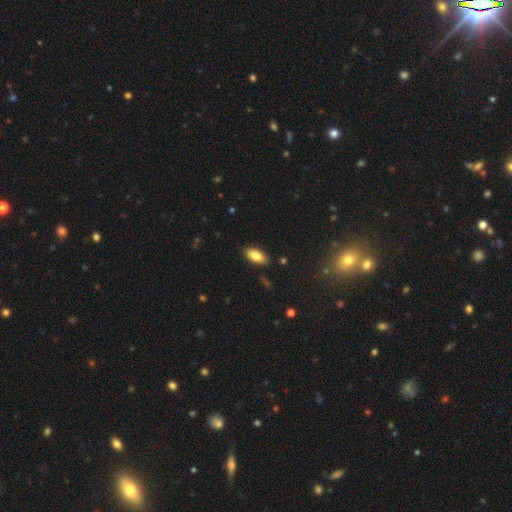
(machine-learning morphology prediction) A smooth galaxy with no disk features (81%) that is in between round and cigar-shaped (88%).

Vote fractions:
- Smooth or featured? smooth: 81% / featured or disk: 12% / star or artifact: 7%
- How rounded? in between: 88% / cigar-shaped: 9% / round: 2%
- Merging? none: 87% / minor disturbance: 10% / major disturbance: 2% / merger: 1%